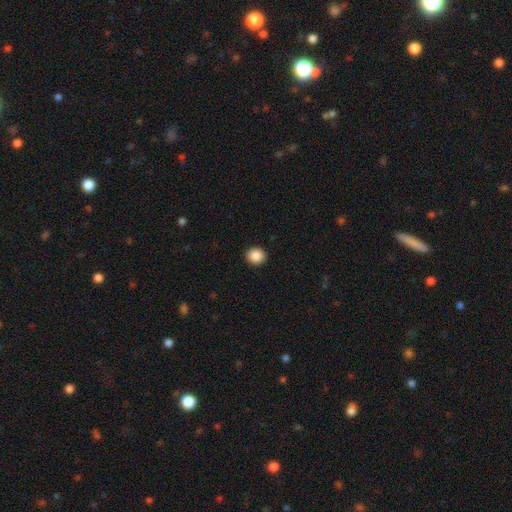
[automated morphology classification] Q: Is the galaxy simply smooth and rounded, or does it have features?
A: smooth — 88%.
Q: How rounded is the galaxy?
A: round — 88%.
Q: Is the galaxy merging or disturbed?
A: none — 93%.